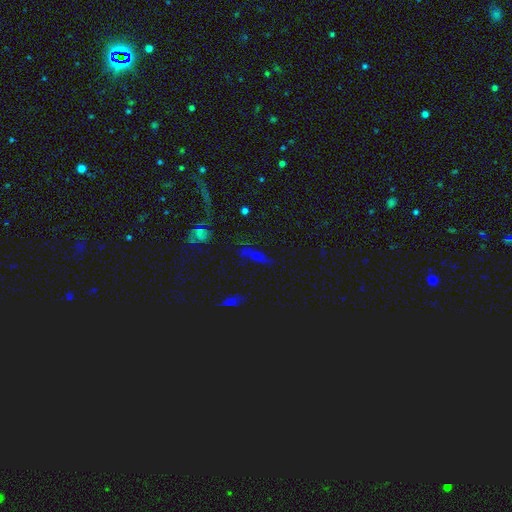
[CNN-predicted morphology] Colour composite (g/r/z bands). It shows a smooth galaxy with no disk features (46%). Merging: none (68%).